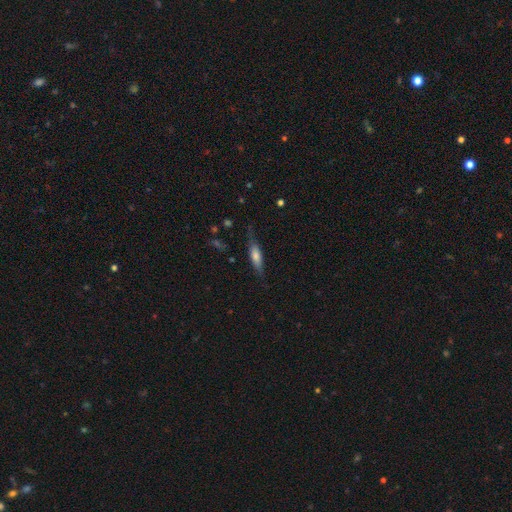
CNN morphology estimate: smooth-or-featured: smooth: 56% | featured or disk: 37% | star or artifact: 8%
  how-rounded: cigar-shaped: 66% | in between: 32% | round: 2%
  merging: none: 68% | minor disturbance: 23% | major disturbance: 7% | merger: 2%